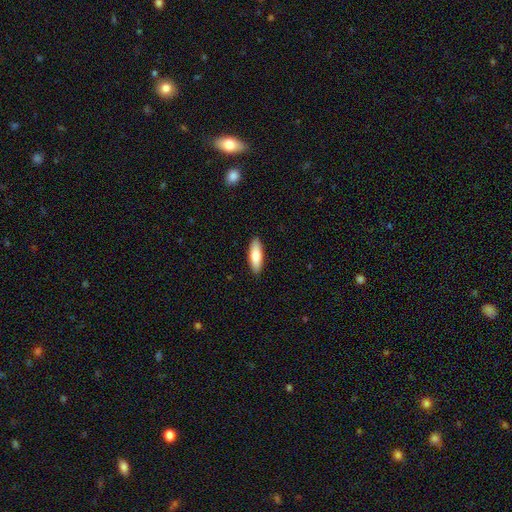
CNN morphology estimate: Smooth or featured?
  - smooth: 80% *
  - featured or disk: 14%
  - star or artifact: 5%
How rounded?
  - in between: 55% *
  - cigar-shaped: 44%
  - round: 2%
Merging?
  - none: 90% *
  - minor disturbance: 8%
  - major disturbance: 2%
  - merger: 1%